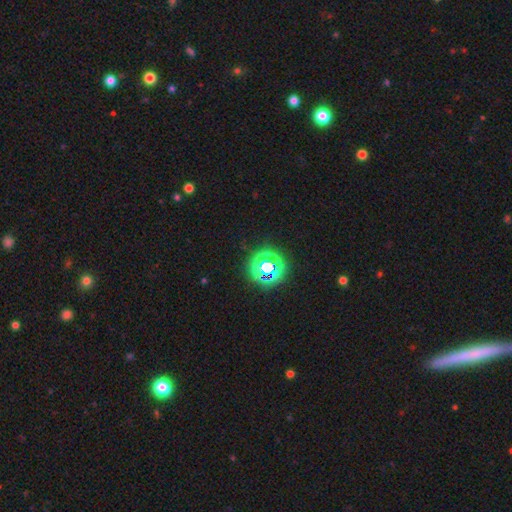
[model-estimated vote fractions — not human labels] Smooth or featured? star or artifact (67%)